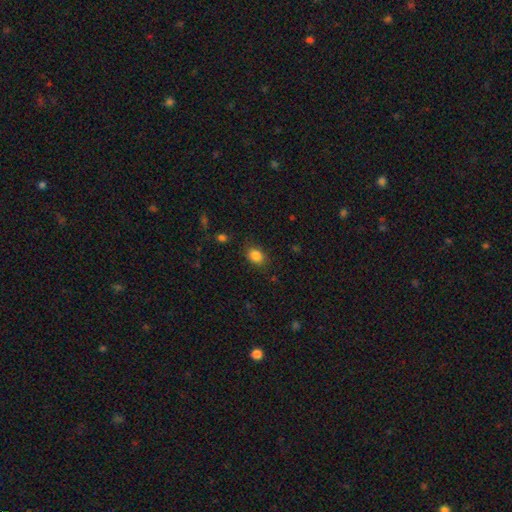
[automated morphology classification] smooth-or-featured: smooth: 85% | star or artifact: 10% | featured or disk: 5%
  how-rounded: in between: 63% | round: 36% | cigar-shaped: 1%
  merging: none: 83% | minor disturbance: 12% | major disturbance: 4% | merger: 1%